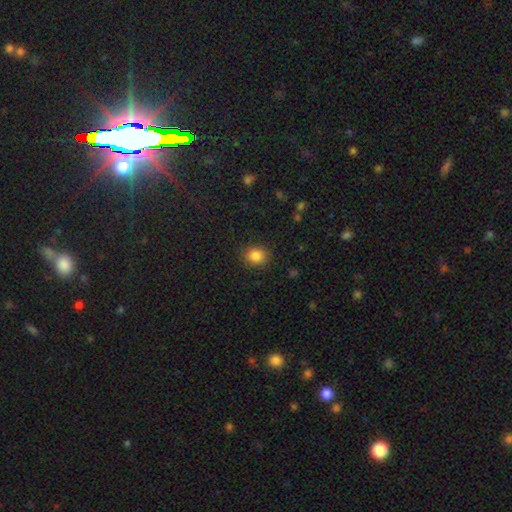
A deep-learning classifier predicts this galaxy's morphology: This is clearly a smooth galaxy (85%). How rounded: likely round (65%). Merging: clearly none (87%).